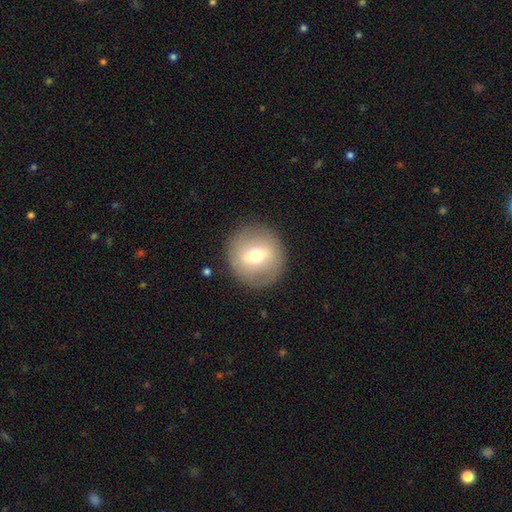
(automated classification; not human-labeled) Smooth or featured? Predicted: smooth (p=0.59). How rounded? Predicted: round (p=0.93). Merging? Predicted: none (p=0.89).